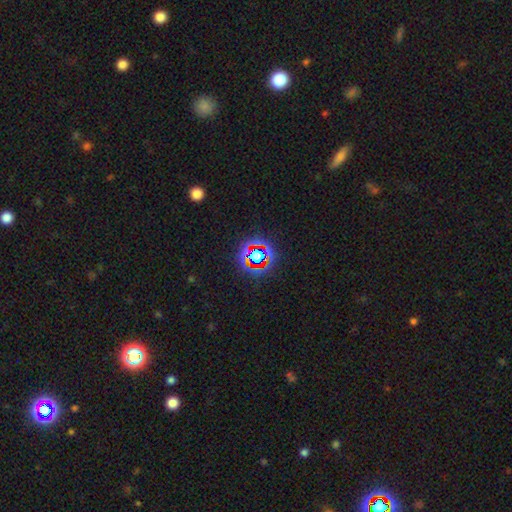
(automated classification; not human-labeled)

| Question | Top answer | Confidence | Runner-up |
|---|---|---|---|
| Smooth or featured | star or artifact | 66% | smooth (22%) |